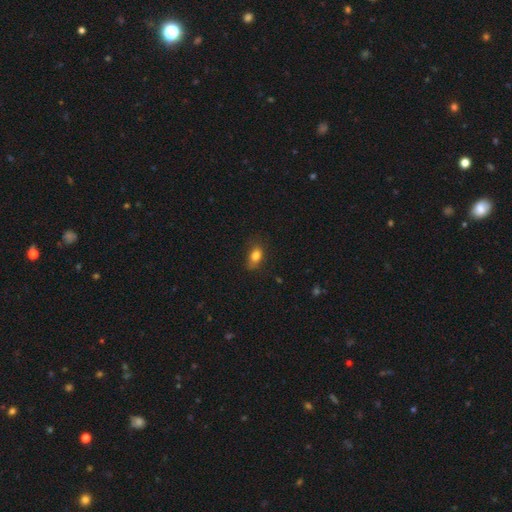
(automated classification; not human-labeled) A smooth galaxy with no disk features (82%) that is in between round and cigar-shaped (81%). Merging: none (69%).